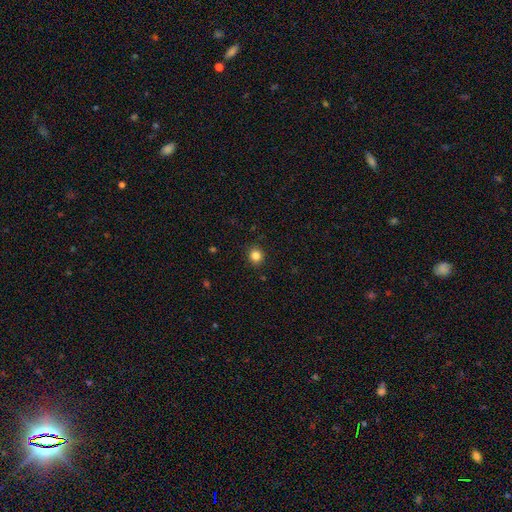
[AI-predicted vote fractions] Smooth or featured: smooth — 84% (star or artifact — 12%)
How rounded: round — 89% (in between — 10%)
Merging: none — 91% (minor disturbance — 6%)